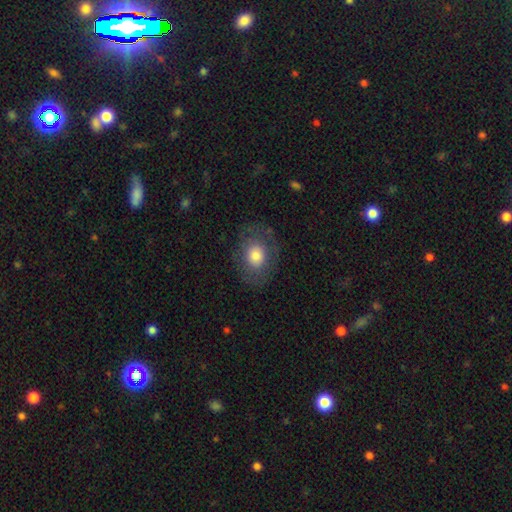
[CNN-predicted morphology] smooth-or-featured: smooth: 73% | featured or disk: 18% | star or artifact: 8%
  how-rounded: in between: 56% | round: 43% | cigar-shaped: 1%
  merging: none: 77% | minor disturbance: 14% | major disturbance: 8% | merger: 1%